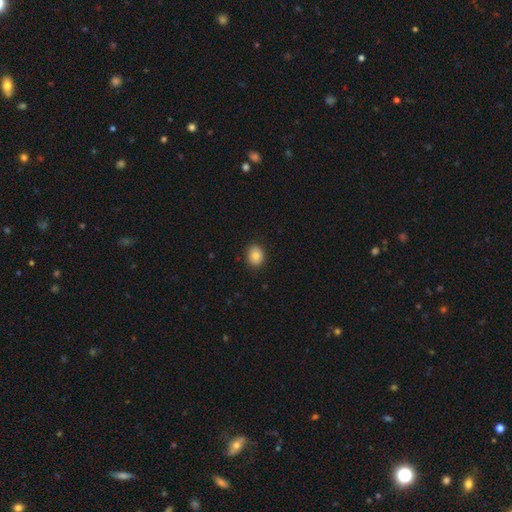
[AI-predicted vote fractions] Smooth or featured: smooth — 85% (star or artifact — 9%)
How rounded: round — 51% (in between — 48%)
Merging: none — 88% (minor disturbance — 9%)